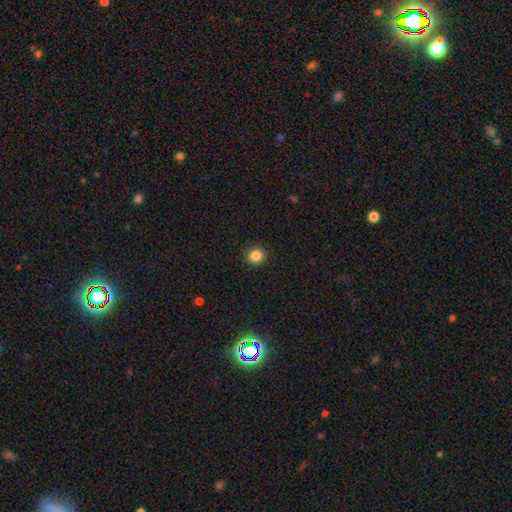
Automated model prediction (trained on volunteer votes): A smooth galaxy with no disk features (85%) that is round (83%). Merging: none (90%).